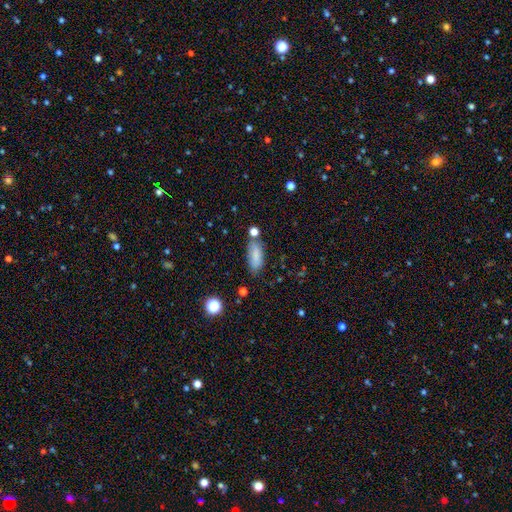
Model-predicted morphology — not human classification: type=smooth (80%); roundness=in between (76%); merging=none (67%).